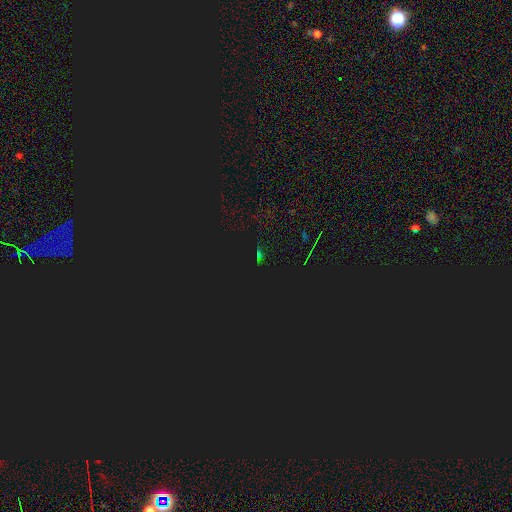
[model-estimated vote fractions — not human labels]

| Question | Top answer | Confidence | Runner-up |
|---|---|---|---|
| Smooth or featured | star or artifact | 77% | smooth (14%) |